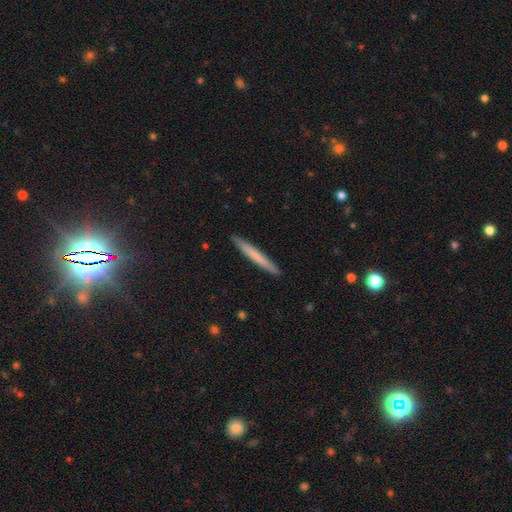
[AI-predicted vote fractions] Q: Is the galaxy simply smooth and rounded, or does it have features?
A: smooth — 68%.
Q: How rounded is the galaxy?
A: cigar-shaped — 97%.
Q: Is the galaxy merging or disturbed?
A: none — 92%.